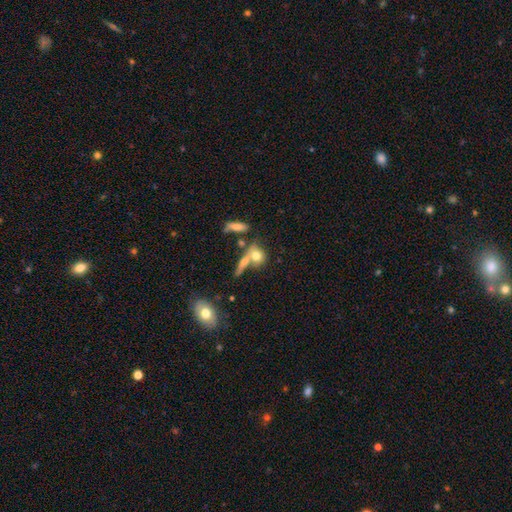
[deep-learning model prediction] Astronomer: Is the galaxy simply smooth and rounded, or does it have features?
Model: smooth — 72%.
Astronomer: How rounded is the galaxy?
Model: round — 48% (runner-up: in between, 44%).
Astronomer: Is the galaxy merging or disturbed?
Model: none — 40% (runner-up: merger, 38%).